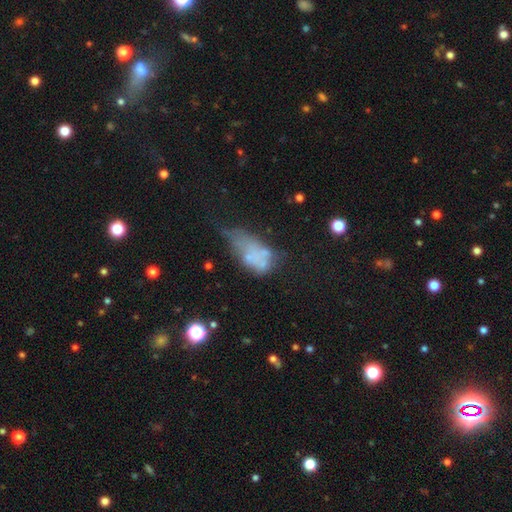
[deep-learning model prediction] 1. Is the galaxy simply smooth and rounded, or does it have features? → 47% smooth, 38% featured or disk, 15% star or artifact.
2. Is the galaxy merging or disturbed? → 36% major disturbance, 26% minor disturbance, 21% none, 17% merger.